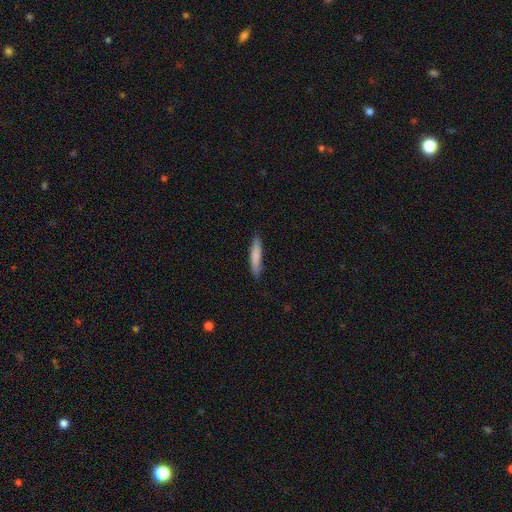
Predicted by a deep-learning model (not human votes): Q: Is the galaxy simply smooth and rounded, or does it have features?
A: smooth — 80%.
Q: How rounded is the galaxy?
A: cigar-shaped — 89%.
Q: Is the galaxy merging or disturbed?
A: none — 85%.